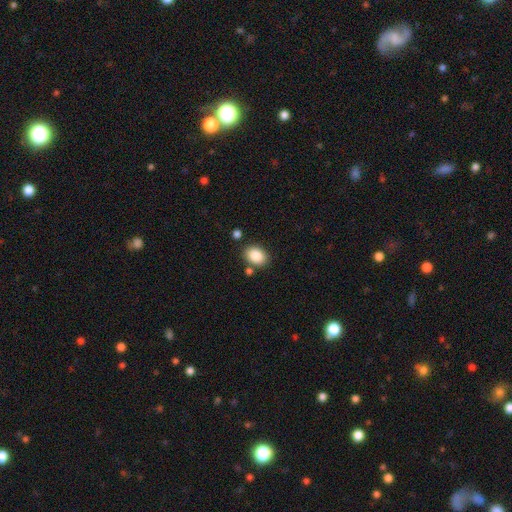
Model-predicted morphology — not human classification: A smooth galaxy with no disk features (87%) that is in between round and cigar-shaped (71%). Merging: none (80%).